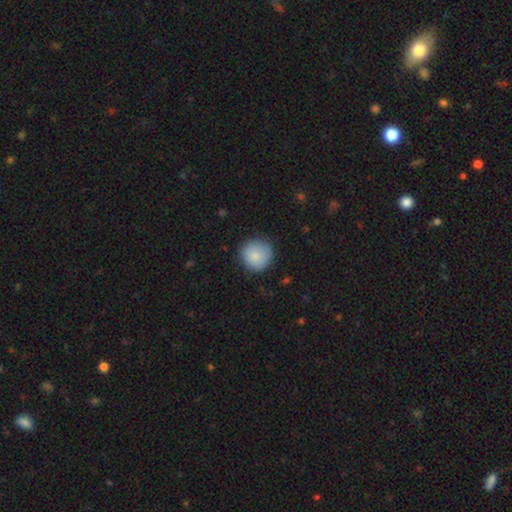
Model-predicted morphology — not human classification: Smooth or featured? smooth (86%)
How rounded? round (93%)
Merging? none (84%)